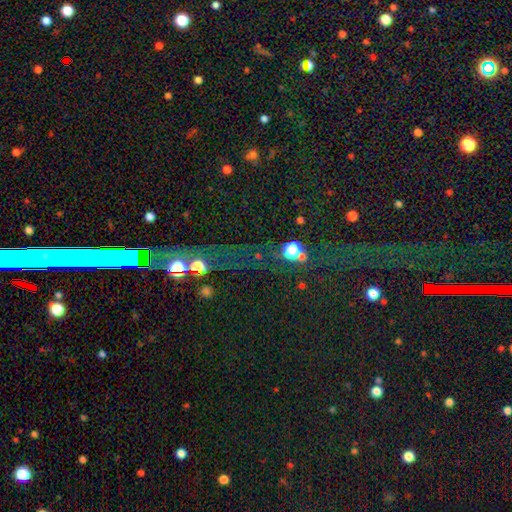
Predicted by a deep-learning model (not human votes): Smooth or featured? Predicted: star or artifact (p=0.74).